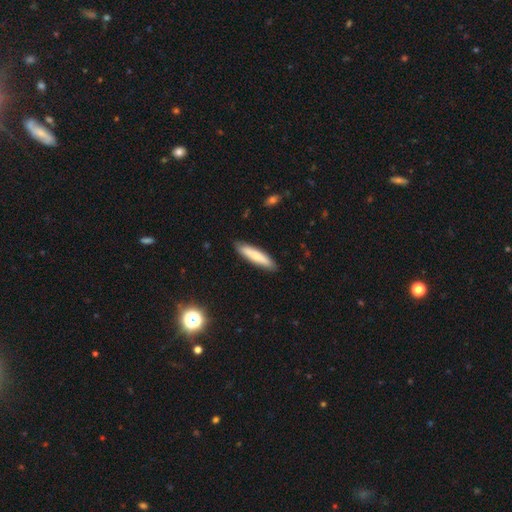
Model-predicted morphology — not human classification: The model was most divided on "smooth or featured": smooth: 76%, featured or disk: 19%, star or artifact: 5%. More confident: merging — none (88%); how rounded — cigar-shaped (83%).